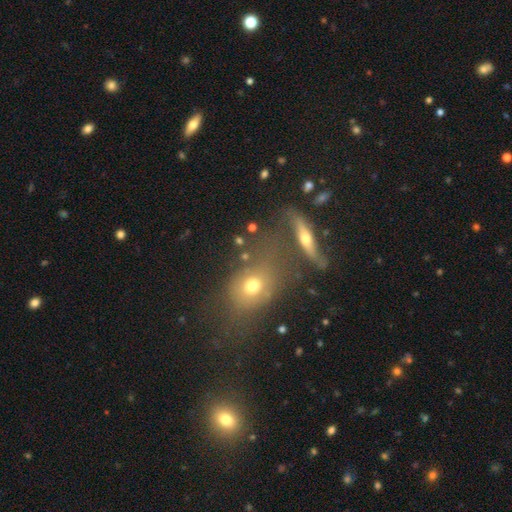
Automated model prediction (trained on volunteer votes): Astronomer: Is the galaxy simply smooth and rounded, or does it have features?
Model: smooth — 42% (runner-up: star or artifact, 32%).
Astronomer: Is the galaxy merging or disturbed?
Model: none — 58%.